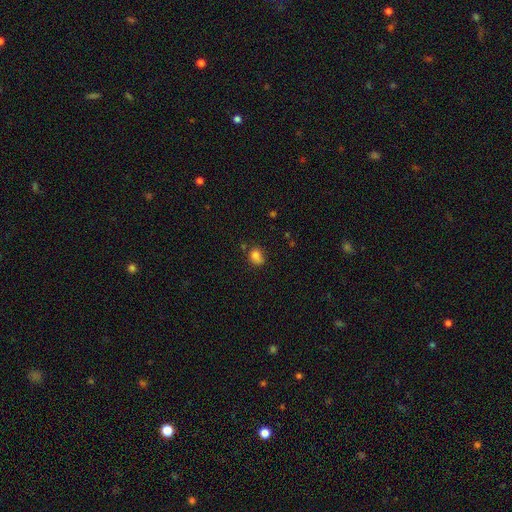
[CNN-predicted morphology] The model was most divided on "how rounded": round: 55%, in between: 44%, cigar-shaped: 1%. More confident: smooth or featured — smooth (82%); merging — none (60%).